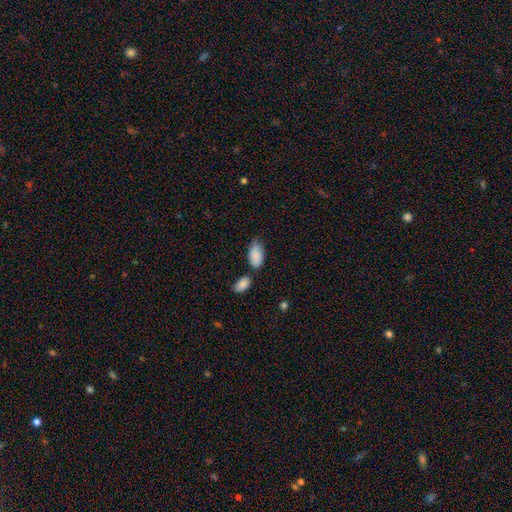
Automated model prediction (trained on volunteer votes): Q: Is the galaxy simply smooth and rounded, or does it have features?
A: smooth — 87%.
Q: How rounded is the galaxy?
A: in between — 94%.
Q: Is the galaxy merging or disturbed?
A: none — 47%.